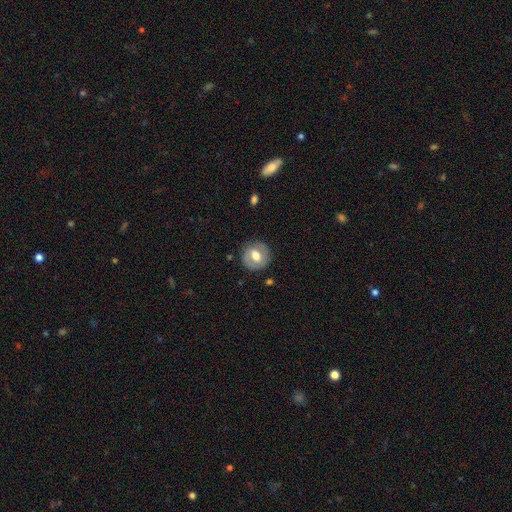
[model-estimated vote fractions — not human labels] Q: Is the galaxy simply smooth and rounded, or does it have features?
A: smooth — 53%.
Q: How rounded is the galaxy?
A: round — 82%.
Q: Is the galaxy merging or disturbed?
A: none — 83%.